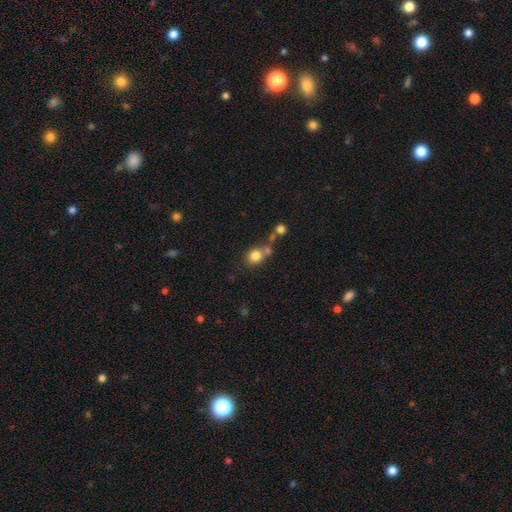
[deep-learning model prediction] Smooth or featured?
  - smooth: 80% *
  - star or artifact: 11%
  - featured or disk: 9%
How rounded?
  - round: 75% *
  - in between: 24%
  - cigar-shaped: 1%
Merging?
  - none: 54% *
  - merger: 29%
  - minor disturbance: 11%
  - major disturbance: 5%